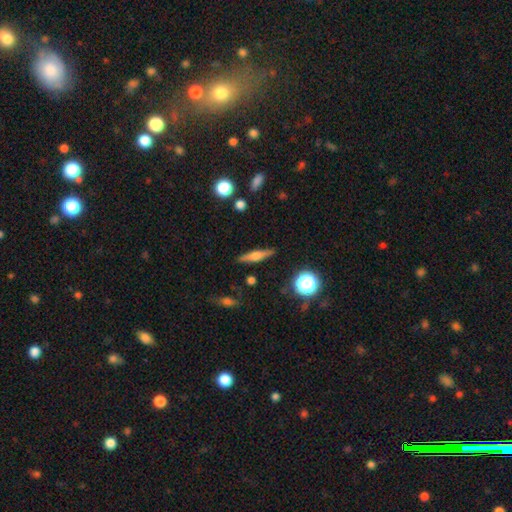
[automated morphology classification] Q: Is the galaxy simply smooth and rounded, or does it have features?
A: featured or disk — 55%.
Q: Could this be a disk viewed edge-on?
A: yes — 96%.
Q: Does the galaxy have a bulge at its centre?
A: rounded — 83%.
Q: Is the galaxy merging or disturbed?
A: none — 88%.